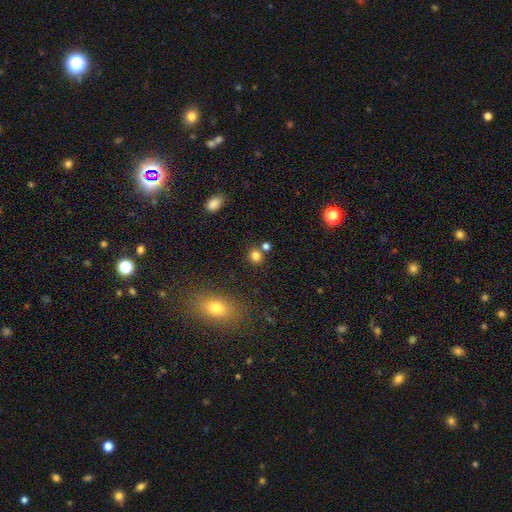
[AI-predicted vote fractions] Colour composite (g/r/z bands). It shows a smooth galaxy with no disk features (79%) that is round (82%). Merging: none (71%).